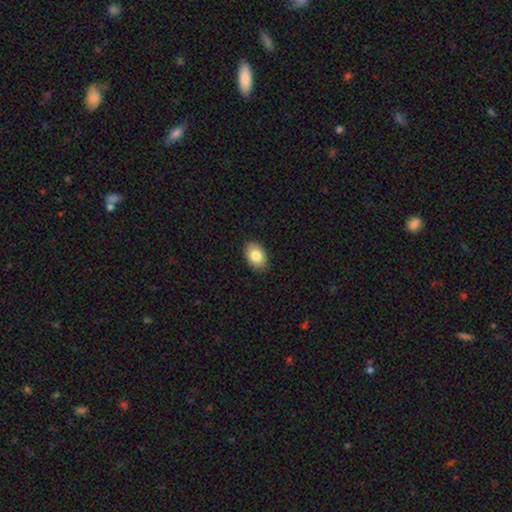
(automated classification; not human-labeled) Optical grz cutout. It shows a smooth galaxy with no disk features (82%) that is in between round and cigar-shaped (84%). Merging: none (89%).